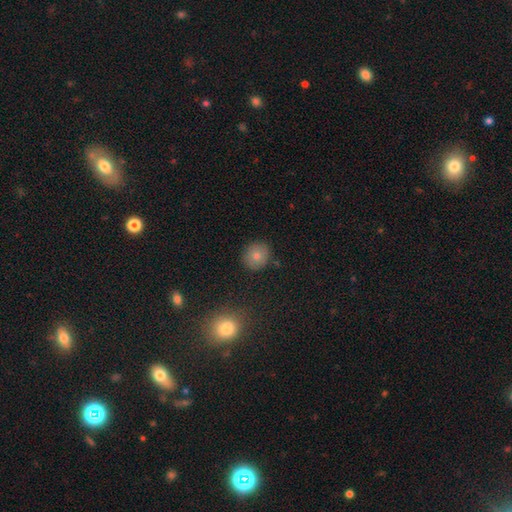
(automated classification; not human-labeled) Q: Smooth or featured?
A: smooth (78%); runner-up: star or artifact (11%)
Q: How rounded?
A: round (88%); runner-up: in between (11%)
Q: Merging?
A: none (88%); runner-up: minor disturbance (8%)